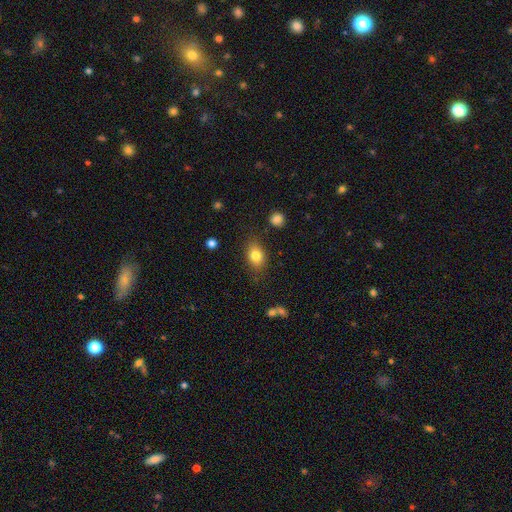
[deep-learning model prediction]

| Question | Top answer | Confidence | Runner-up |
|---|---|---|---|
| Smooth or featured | smooth | 81% | featured or disk (10%) |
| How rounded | in between | 72% | round (26%) |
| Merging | none | 78% | minor disturbance (15%) |